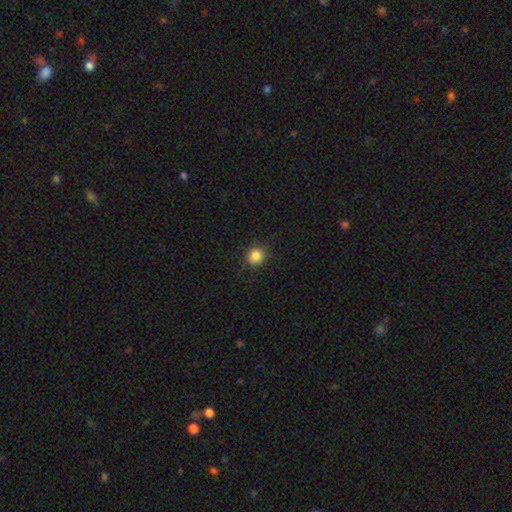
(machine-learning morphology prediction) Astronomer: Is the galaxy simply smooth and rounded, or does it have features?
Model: smooth — 84%.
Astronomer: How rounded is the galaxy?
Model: round — 87%.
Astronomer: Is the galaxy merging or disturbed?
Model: none — 86%.